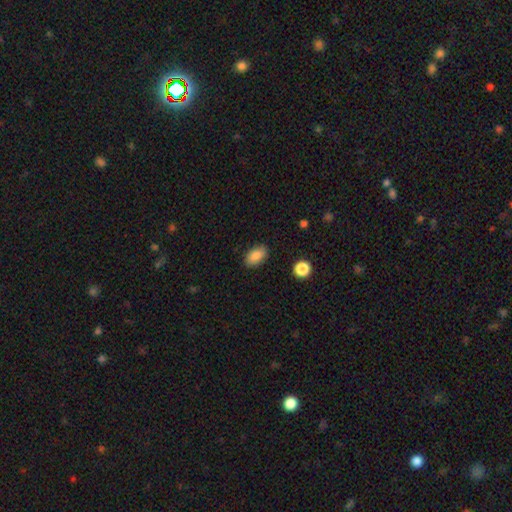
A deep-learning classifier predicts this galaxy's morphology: Smooth or featured? smooth (86%)
How rounded? in between (90%)
Merging? none (87%)